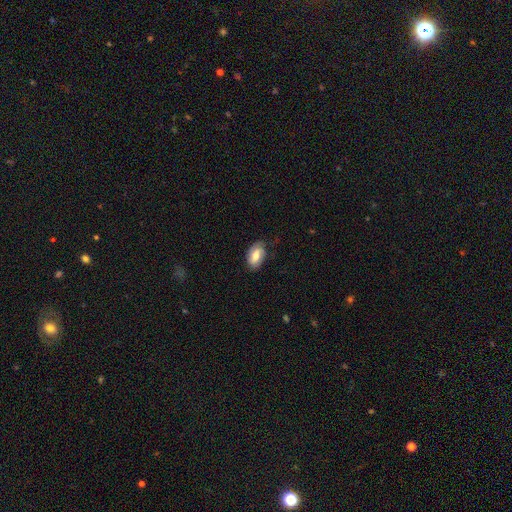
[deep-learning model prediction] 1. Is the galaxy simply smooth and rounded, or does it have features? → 52% smooth, 41% featured or disk, 7% star or artifact.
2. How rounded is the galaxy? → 90% in between, 9% round, 2% cigar-shaped.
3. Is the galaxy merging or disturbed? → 65% none, 26% minor disturbance, 8% major disturbance, 1% merger.